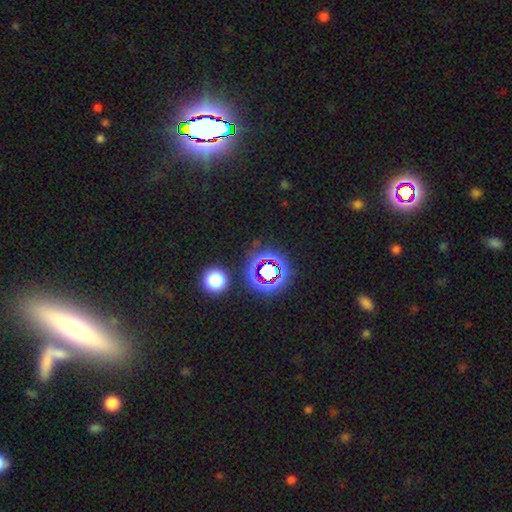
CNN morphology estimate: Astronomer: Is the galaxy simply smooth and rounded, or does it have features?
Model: star or artifact — 55%.